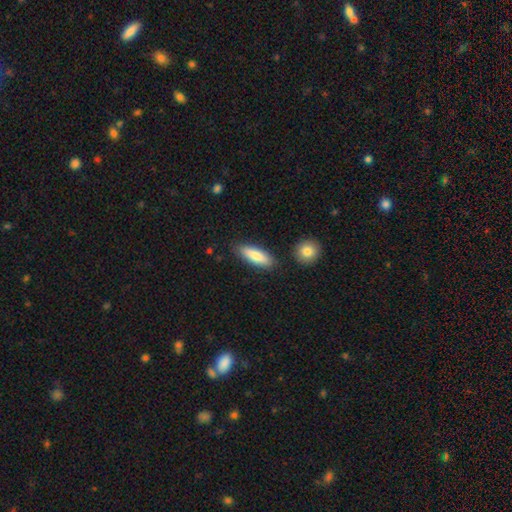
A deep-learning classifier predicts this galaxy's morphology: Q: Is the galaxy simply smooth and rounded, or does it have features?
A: smooth — 81%.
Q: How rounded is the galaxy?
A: in between — 58%.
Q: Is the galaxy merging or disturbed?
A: none — 83%.